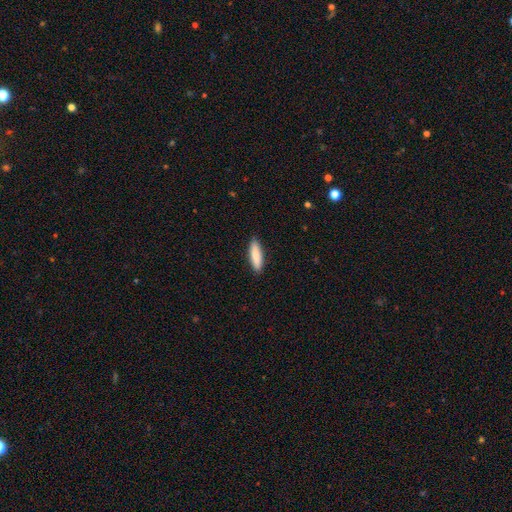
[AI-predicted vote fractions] smooth-or-featured: smooth: 87% | featured or disk: 8% | star or artifact: 5%
  how-rounded: cigar-shaped: 61% | in between: 37% | round: 1%
  merging: none: 90% | minor disturbance: 8% | major disturbance: 2% | merger: 1%